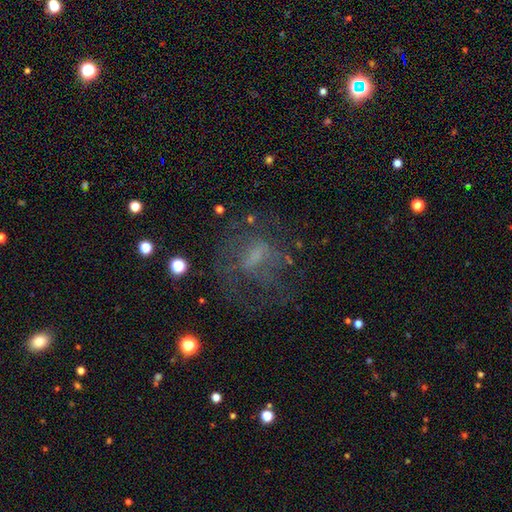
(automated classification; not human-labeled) smooth_or_featured: featured or disk (p=0.50) [alt: smooth p=0.30]
merging: none (p=0.51) [alt: major disturbance p=0.29]